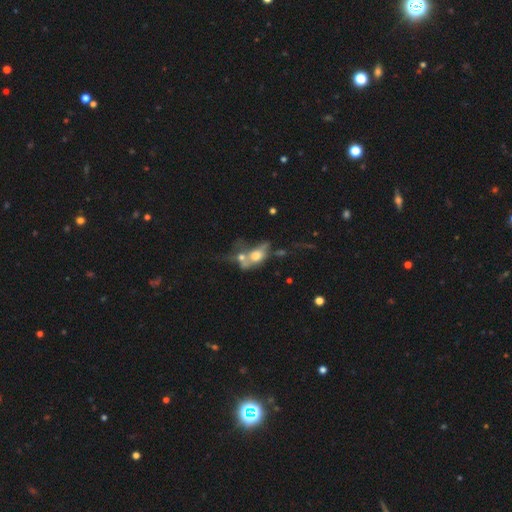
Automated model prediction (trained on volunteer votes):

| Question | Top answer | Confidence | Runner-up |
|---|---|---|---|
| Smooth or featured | smooth | 46% | featured or disk (41%) |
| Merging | merger | 60% | major disturbance (19%) |